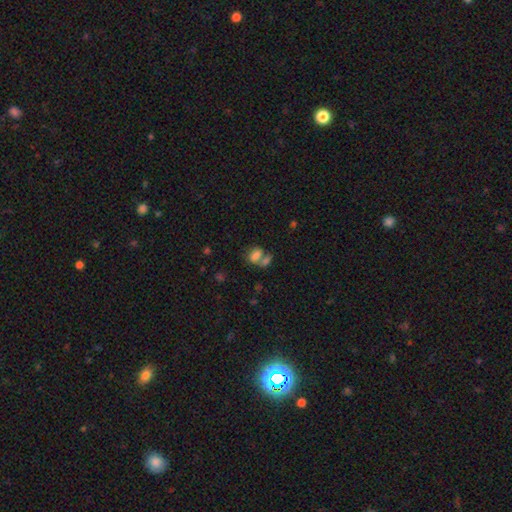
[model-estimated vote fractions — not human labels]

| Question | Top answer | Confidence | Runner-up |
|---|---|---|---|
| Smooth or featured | smooth | 75% | featured or disk (13%) |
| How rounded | in between | 82% | round (15%) |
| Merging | merger | 55% | none (29%) |